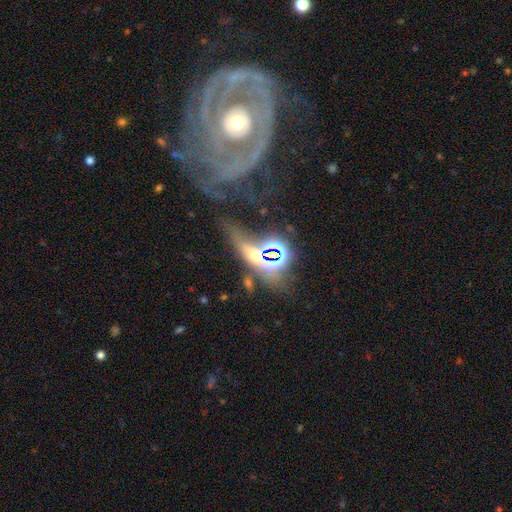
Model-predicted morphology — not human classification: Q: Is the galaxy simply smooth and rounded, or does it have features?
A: star or artifact — 45%.